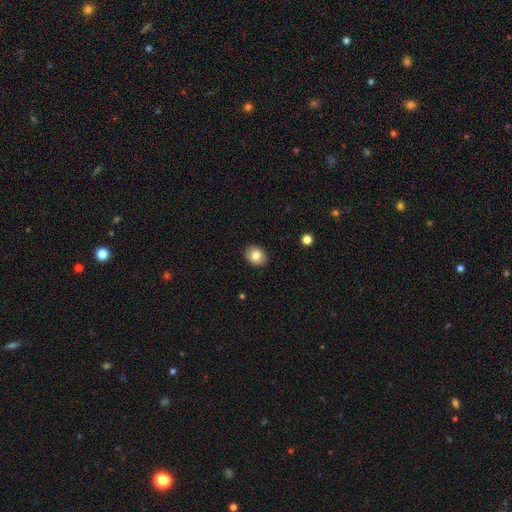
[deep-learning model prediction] smooth-or-featured: smooth: 83% | star or artifact: 9% | featured or disk: 8%
  how-rounded: round: 61% | in between: 38% | cigar-shaped: 1%
  merging: none: 90% | minor disturbance: 7% | major disturbance: 2% | merger: 1%